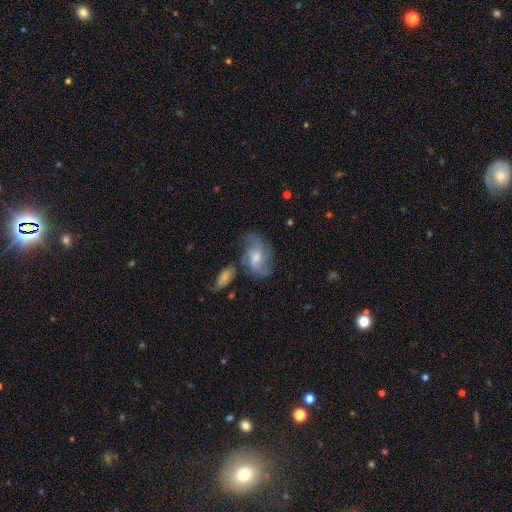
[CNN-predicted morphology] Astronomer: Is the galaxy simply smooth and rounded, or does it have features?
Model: featured or disk — 68%.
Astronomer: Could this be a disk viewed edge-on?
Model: no — 96%.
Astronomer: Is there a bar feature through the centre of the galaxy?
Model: no — 54% (runner-up: weak, 37%).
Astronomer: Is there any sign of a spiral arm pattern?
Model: yes — 89%.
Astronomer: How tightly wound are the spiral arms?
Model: medium — 49% (runner-up: tight, 30%).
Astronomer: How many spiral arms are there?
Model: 2 — 64%.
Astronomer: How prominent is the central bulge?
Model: moderate — 58%.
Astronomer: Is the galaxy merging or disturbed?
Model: none — 64%.